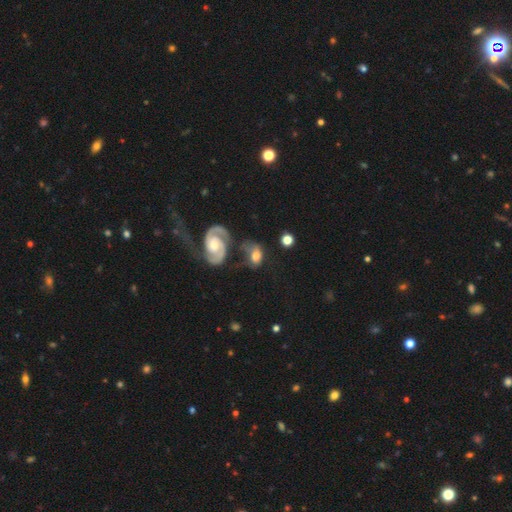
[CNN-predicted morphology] smooth_or_featured: featured or disk (p=0.48) [alt: smooth p=0.43]
merging: none (p=0.38) [alt: merger p=0.26]